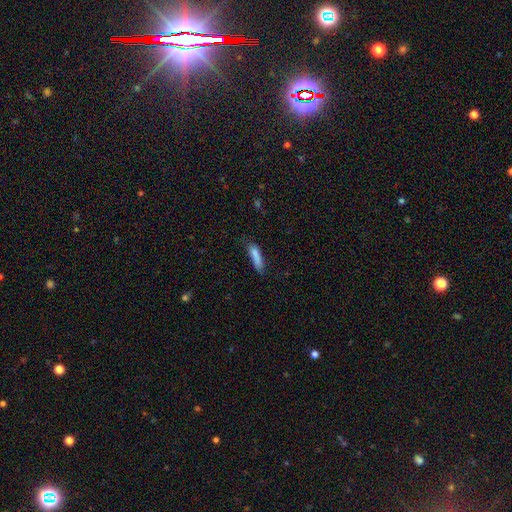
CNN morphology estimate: Smooth or featured: smooth — 82% (featured or disk — 10%)
How rounded: cigar-shaped — 72% (in between — 26%)
Merging: none — 56% (minor disturbance — 28%)